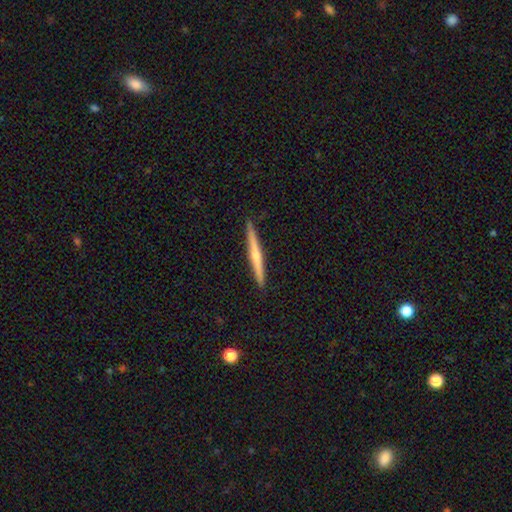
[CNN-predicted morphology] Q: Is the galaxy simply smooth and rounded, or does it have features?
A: featured or disk — 66%.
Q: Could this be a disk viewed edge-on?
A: yes — 98%.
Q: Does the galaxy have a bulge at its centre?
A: rounded — 74%.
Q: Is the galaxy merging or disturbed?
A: none — 91%.